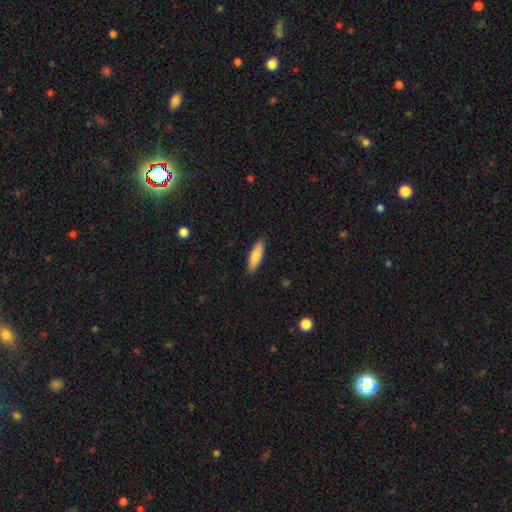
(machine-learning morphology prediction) Overall: smooth (84%). How rounded: cigar-shaped (65%; in between 33%). Merging: none (90%).